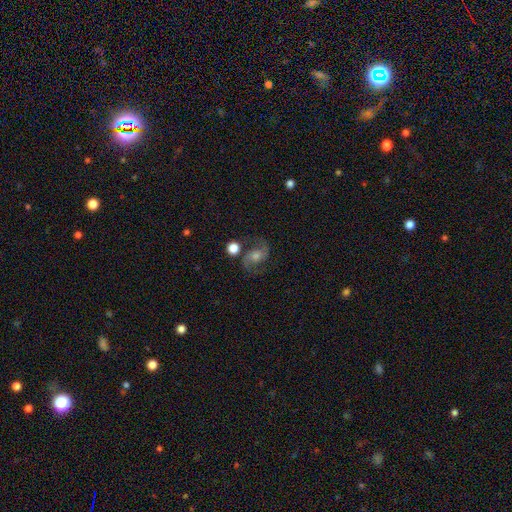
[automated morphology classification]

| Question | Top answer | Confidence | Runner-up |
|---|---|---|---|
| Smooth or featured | featured or disk | 77% | smooth (12%) |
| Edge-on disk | no | 97% | yes (3%) |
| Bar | no | 51% | weak (38%) |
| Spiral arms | yes | 95% | no (5%) |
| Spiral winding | medium | 52% | loose (35%) |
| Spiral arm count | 2 | 92% | can't tell (3%) |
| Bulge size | moderate | 54% | small (32%) |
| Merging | none | 75% | minor disturbance (13%) |